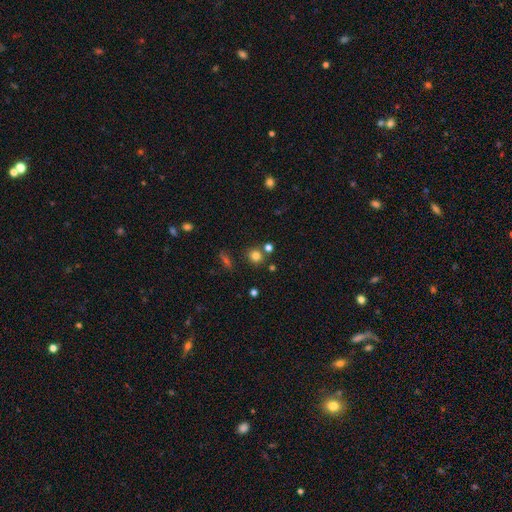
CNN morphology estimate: This appears to be a smooth galaxy with no disk features (77%) that is round (88%). Merging: none (76%).